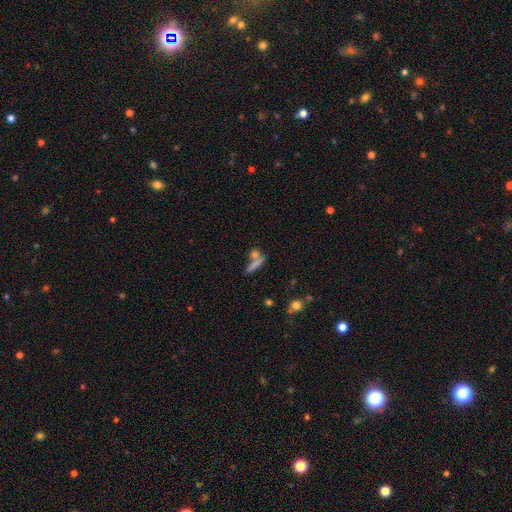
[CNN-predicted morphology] smooth-or-featured: smooth: 63% | featured or disk: 21% | star or artifact: 17%
  how-rounded: cigar-shaped: 51% | in between: 33% | round: 17%
  merging: none: 47% | merger: 37% | minor disturbance: 10% | major disturbance: 6%